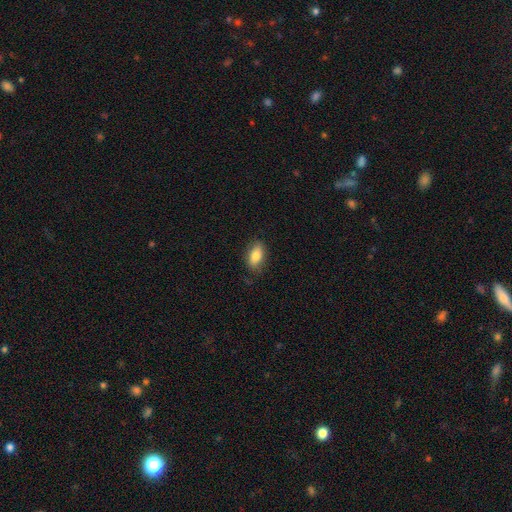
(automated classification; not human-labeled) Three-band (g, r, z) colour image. It shows a smooth galaxy with no disk features (80%) that is in between round and cigar-shaped (88%). Merging: none (81%).